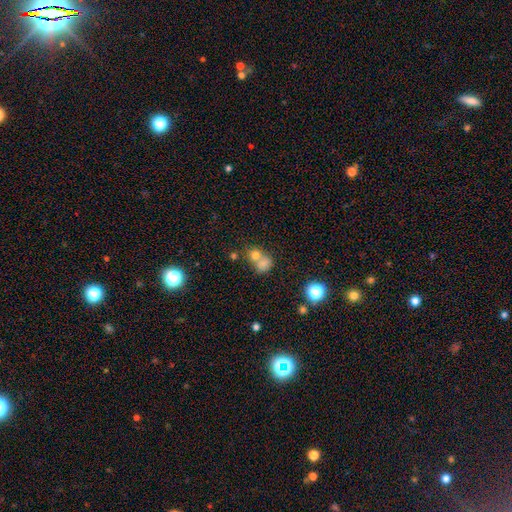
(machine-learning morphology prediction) Smooth or featured: smooth — 67% (star or artifact — 18%)
How rounded: round — 71% (in between — 28%)
Merging: merger — 56% (none — 33%)